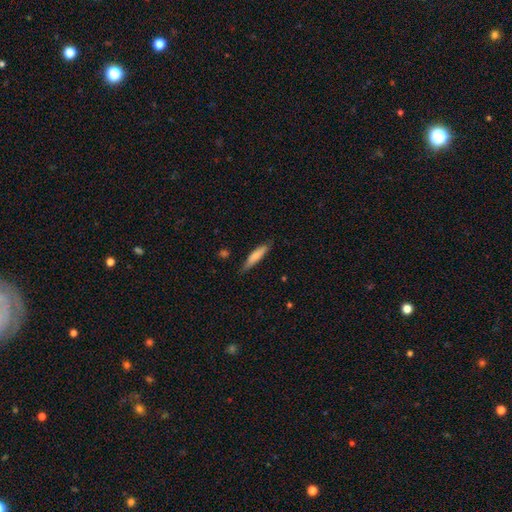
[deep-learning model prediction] A smooth galaxy with no disk features (74%) that is cigar-shaped (85%). Merging: none (80%).